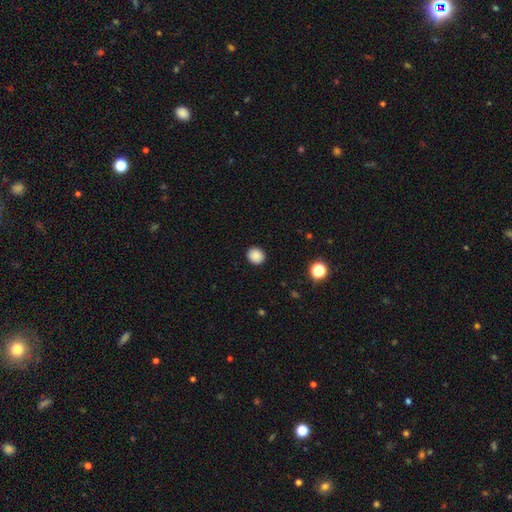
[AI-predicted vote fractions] Overall: smooth (87%). How rounded: round (77%). Merging: none (91%).